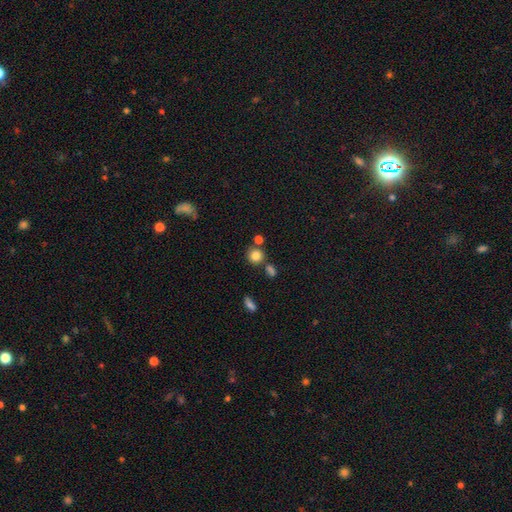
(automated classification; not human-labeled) Morphology: type=smooth (82%); roundness=round (88%); merging=none (70%).